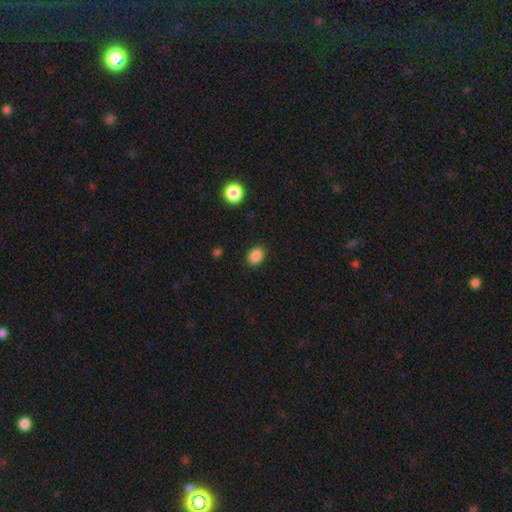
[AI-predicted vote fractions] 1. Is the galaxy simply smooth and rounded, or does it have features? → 87% smooth, 10% star or artifact, 3% featured or disk.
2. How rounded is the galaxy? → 62% in between, 37% round, 1% cigar-shaped.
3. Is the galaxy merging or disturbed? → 88% none, 9% minor disturbance, 2% major disturbance, 1% merger.